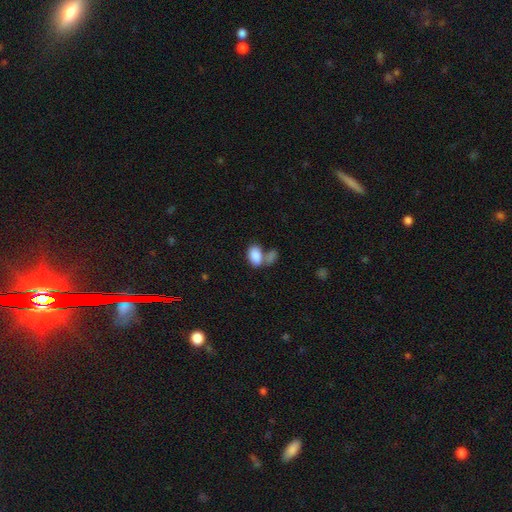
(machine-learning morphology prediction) Smooth or featured?
  - smooth: 86% *
  - star or artifact: 8%
  - featured or disk: 7%
How rounded?
  - in between: 91% *
  - round: 7%
  - cigar-shaped: 2%
Merging?
  - merger: 47% *
  - none: 36%
  - minor disturbance: 11%
  - major disturbance: 6%